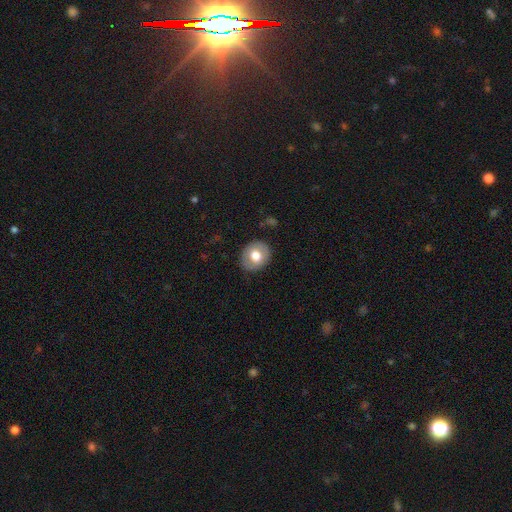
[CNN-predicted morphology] Smooth or featured? smooth (70%)
How rounded? round (67%)
Merging? none (86%)